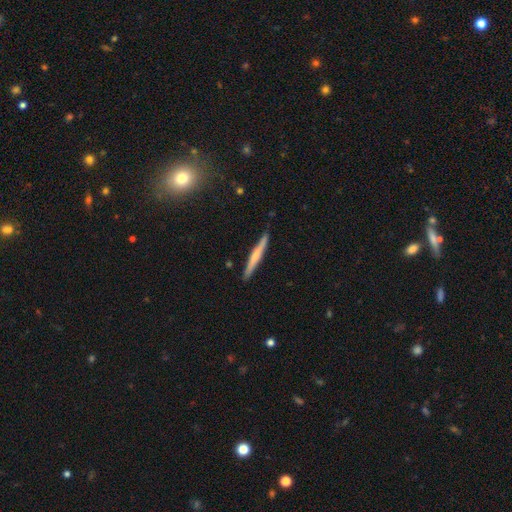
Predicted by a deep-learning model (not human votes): smooth-or-featured: featured or disk: 47% (tied) | smooth: 47% (tied) | star or artifact: 6%
  merging: none: 90% | minor disturbance: 8% | major disturbance: 1% | merger: 1%